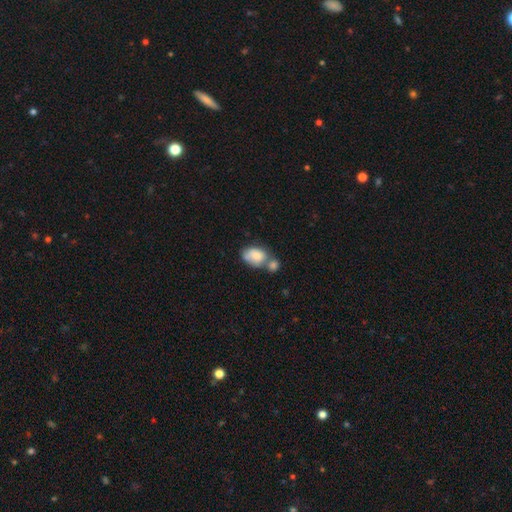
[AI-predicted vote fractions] smooth-or-featured: smooth: 78% | featured or disk: 15% | star or artifact: 7%
  how-rounded: in between: 82% | round: 16% | cigar-shaped: 1%
  merging: merger: 55% | none: 23% | minor disturbance: 15% | major disturbance: 8%